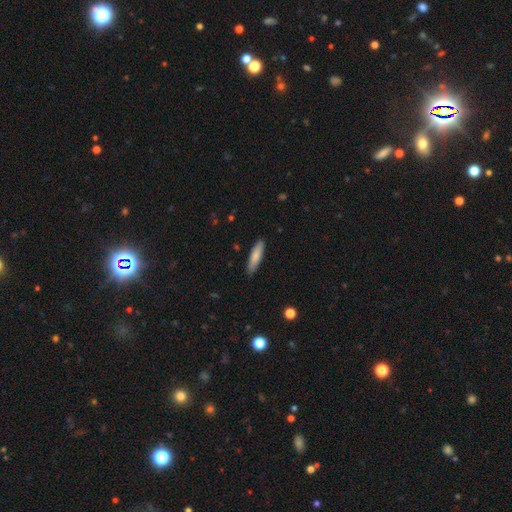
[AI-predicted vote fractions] Smooth or featured: smooth — 80% (featured or disk — 14%)
How rounded: cigar-shaped — 75% (in between — 24%)
Merging: none — 89% (minor disturbance — 9%)